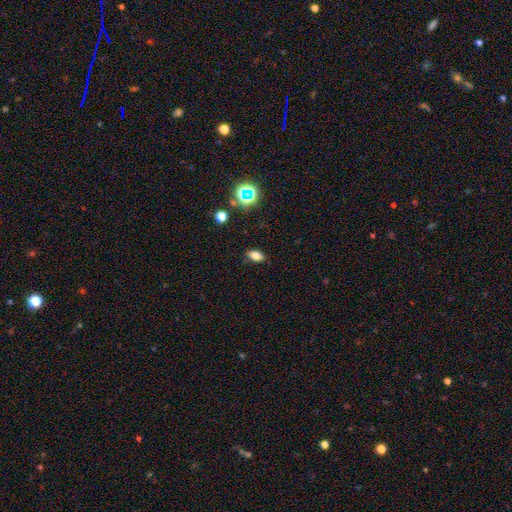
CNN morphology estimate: Smooth or featured: smooth — 76% (star or artifact — 15%)
How rounded: in between — 87% (round — 9%)
Merging: none — 85% (minor disturbance — 11%)